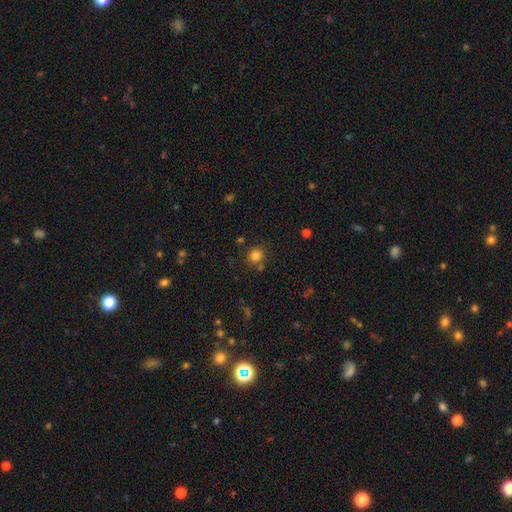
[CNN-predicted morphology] The model was most divided on "smooth or featured": smooth: 81%, star or artifact: 14%, featured or disk: 5%. More confident: how rounded — round (88%); merging — none (78%).